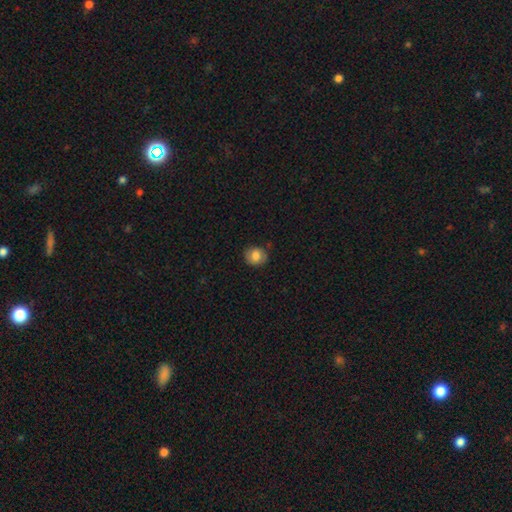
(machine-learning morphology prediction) smooth_or_featured: smooth (p=0.80) [alt: featured or disk p=0.12]
how_rounded: round (p=0.77) [alt: in between p=0.22]
merging: none (p=0.81) [alt: minor disturbance p=0.15]